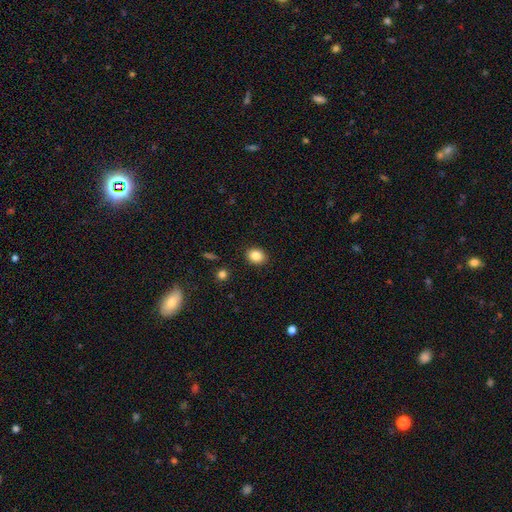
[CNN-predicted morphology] The model was most divided on "how rounded": in between: 58%, round: 41%, cigar-shaped: 1%. More confident: merging — none (89%); smooth or featured — smooth (86%).